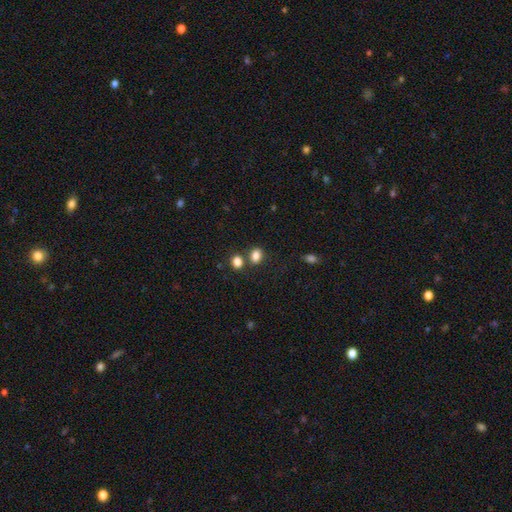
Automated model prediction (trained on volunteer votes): Smooth or featured? Predicted: smooth (p=0.84). How rounded? Predicted: in between (p=0.61). Merging? Predicted: none (p=0.65).